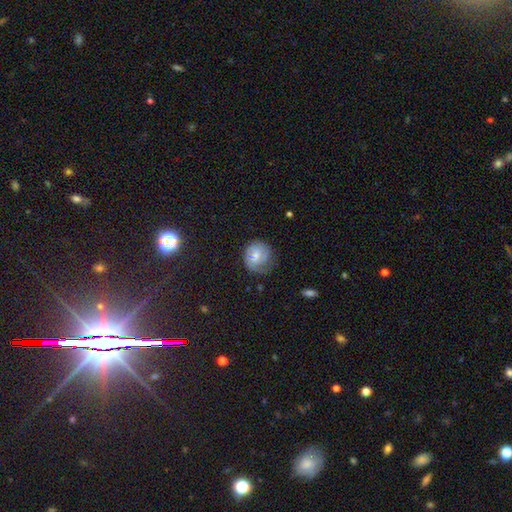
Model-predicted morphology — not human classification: type=featured or disk (52%); edge-on=no (97%); bar=weak (46%, tied with no); spiral arms=yes (85%); bulge=moderate (48%); merging=none (60%).